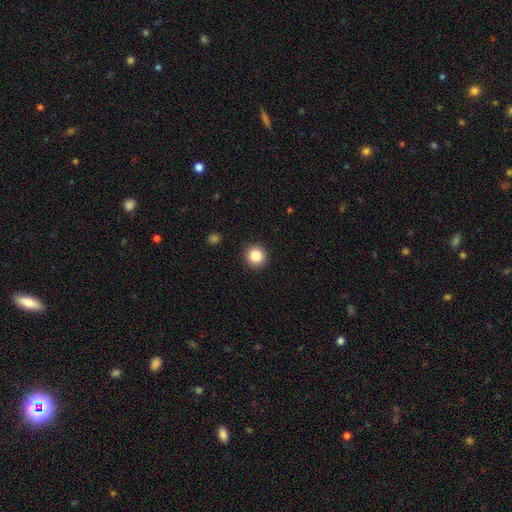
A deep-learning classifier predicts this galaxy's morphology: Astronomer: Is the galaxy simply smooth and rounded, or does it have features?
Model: smooth — 85%.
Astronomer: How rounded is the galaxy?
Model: round — 94%.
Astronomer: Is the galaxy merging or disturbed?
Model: none — 92%.